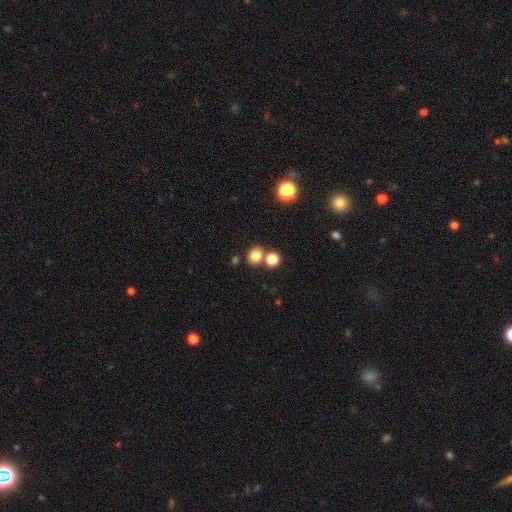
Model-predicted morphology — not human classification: A smooth galaxy with no disk features (80%) that is round (70%). Merging: none (65%).